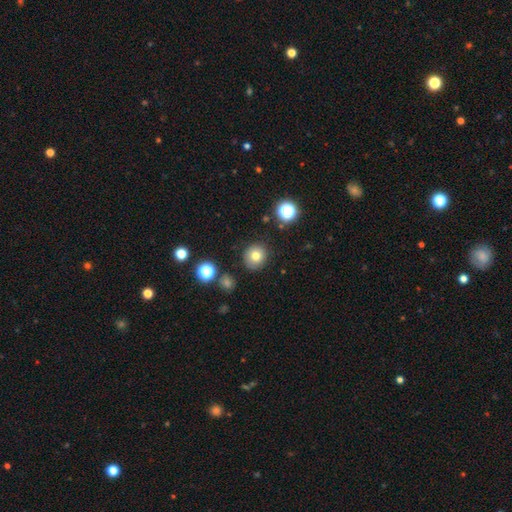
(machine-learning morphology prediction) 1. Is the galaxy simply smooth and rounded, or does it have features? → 76% smooth, 14% star or artifact, 10% featured or disk.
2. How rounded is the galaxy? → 91% round, 8% in between, 1% cigar-shaped.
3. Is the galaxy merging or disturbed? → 87% none, 9% minor disturbance, 3% major disturbance, 2% merger.